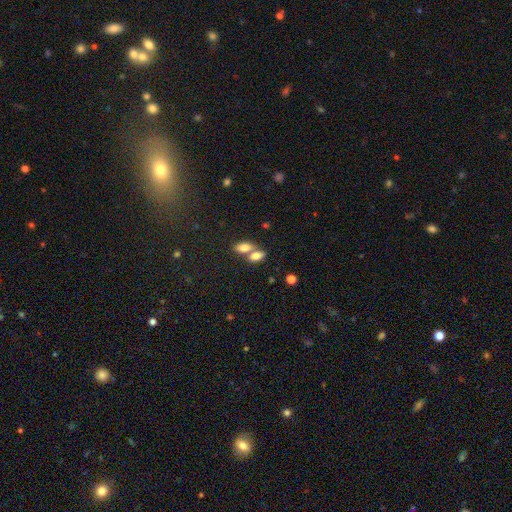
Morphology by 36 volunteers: smooth_or_featured: smooth (p=0.89) [alt: featured or disk p=0.11]
how_rounded: in between (p=0.97) [alt: cigar-shaped p=0.03]
merging: merger (p=0.53) [alt: none p=0.36]